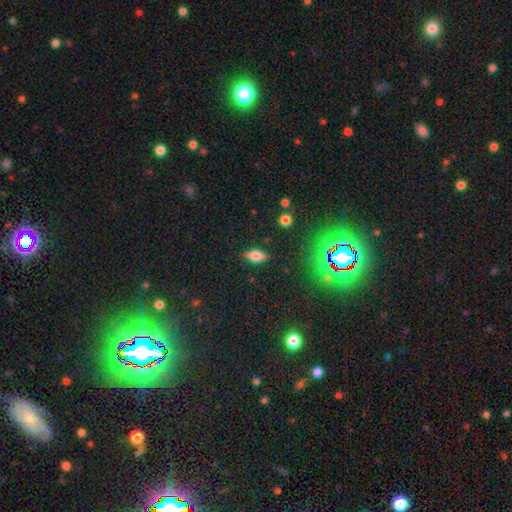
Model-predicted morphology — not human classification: Smooth or featured: smooth — 63% (featured or disk — 25%)
How rounded: in between — 83% (cigar-shaped — 10%)
Merging: none — 84% (minor disturbance — 12%)